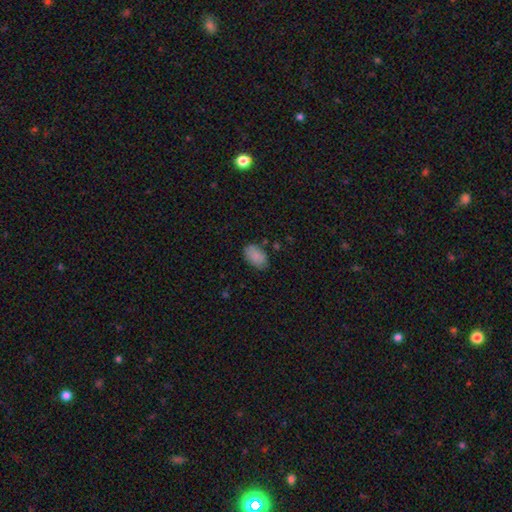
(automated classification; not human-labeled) Smooth or featured? smooth (86%)
How rounded? in between (92%)
Merging? none (77%)